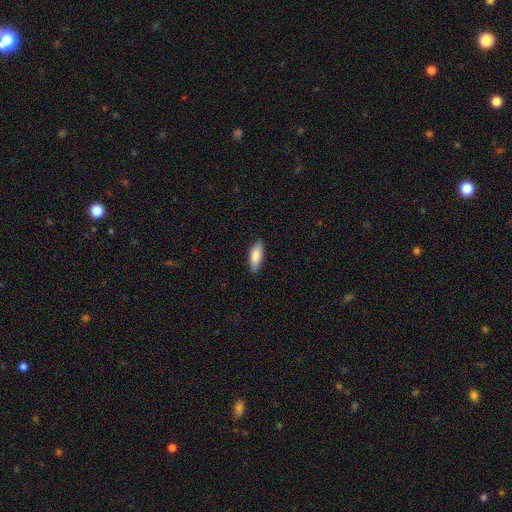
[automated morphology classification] smooth-or-featured: smooth: 82% | featured or disk: 12% | star or artifact: 6%
  how-rounded: in between: 69% | cigar-shaped: 29% | round: 2%
  merging: none: 87% | minor disturbance: 10% | major disturbance: 2% | merger: 1%